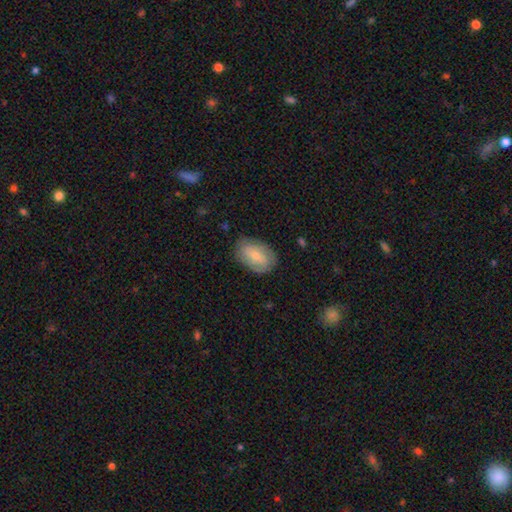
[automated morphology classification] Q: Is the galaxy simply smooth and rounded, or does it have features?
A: smooth — 63%.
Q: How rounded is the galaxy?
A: in between — 86%.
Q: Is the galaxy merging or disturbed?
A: none — 76%.